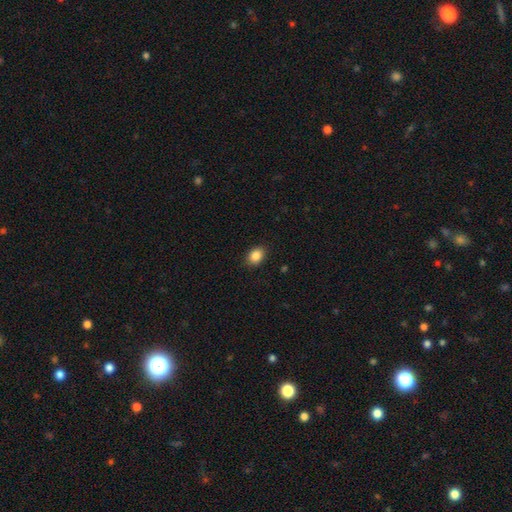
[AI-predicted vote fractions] This is clearly a smooth galaxy (87%). How rounded: likely in between (69%). Merging: clearly none (88%).